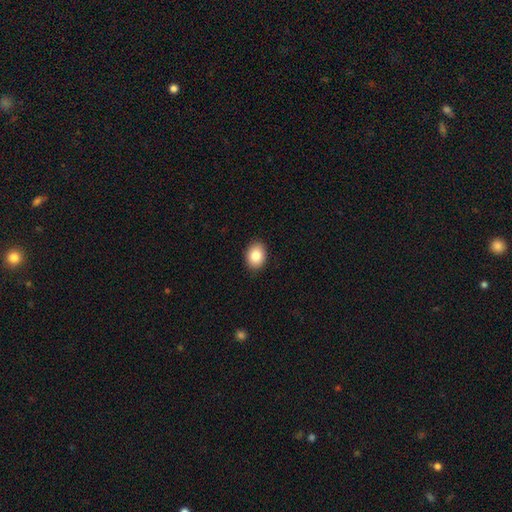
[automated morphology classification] A smooth galaxy with no disk features (87%) that is in between round and cigar-shaped (67%).

Vote fractions:
- Smooth or featured? smooth: 87% / star or artifact: 8% / featured or disk: 6%
- How rounded? in between: 67% / round: 32% / cigar-shaped: 1%
- Merging? none: 90% / minor disturbance: 7% / major disturbance: 2% / merger: 1%